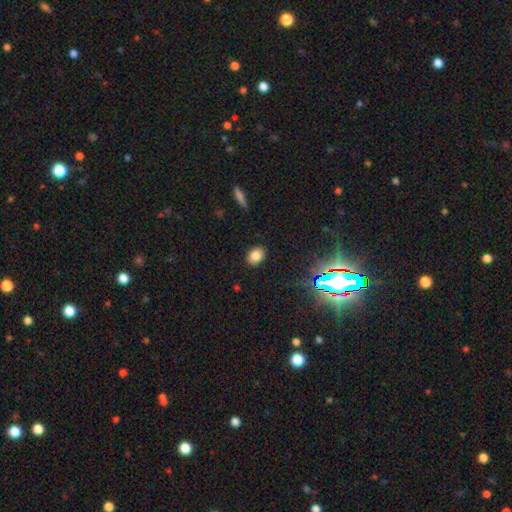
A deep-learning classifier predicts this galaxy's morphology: Smooth or featured? smooth (80%)
How rounded? in between (68%)
Merging? none (89%)